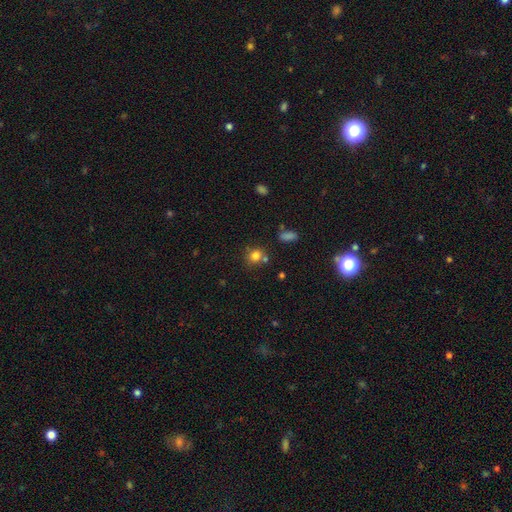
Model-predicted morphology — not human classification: A smooth galaxy with no disk features (79%) that is round (77%).

Vote fractions:
- Smooth or featured? smooth: 79% / star or artifact: 13% / featured or disk: 8%
- How rounded? round: 77% / in between: 21% / cigar-shaped: 1%
- Merging? none: 62% / merger: 19% / minor disturbance: 14% / major disturbance: 5%